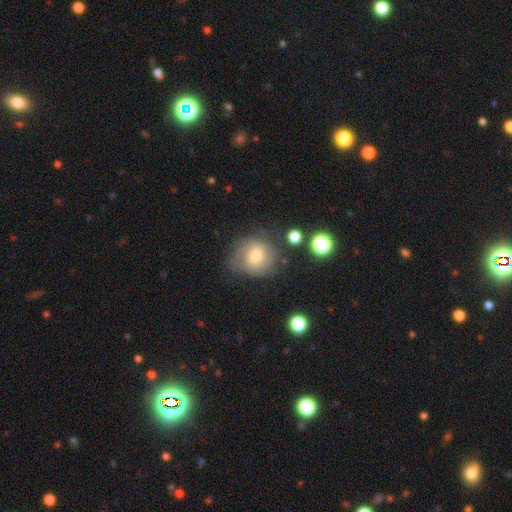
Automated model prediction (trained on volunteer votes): This is possibly a featured or disk galaxy (48%). Merging: possibly none (57%).